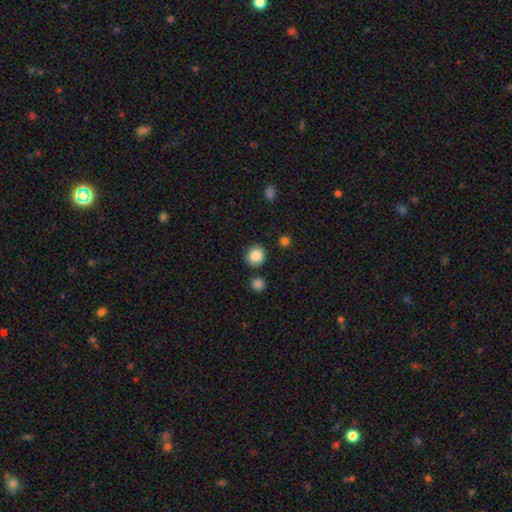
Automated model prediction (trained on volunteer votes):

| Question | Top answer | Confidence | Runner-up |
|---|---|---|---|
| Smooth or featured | smooth | 88% | star or artifact (9%) |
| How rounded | round | 88% | in between (11%) |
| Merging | none | 84% | minor disturbance (8%) |